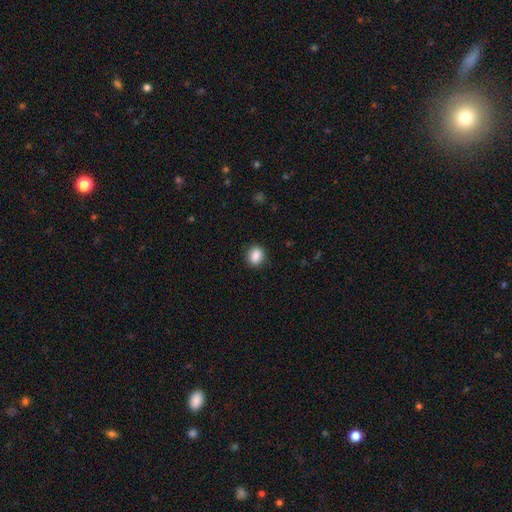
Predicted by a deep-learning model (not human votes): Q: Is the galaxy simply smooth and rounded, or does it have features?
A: smooth — 88%.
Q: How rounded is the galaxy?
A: round — 69%.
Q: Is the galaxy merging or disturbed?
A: none — 90%.